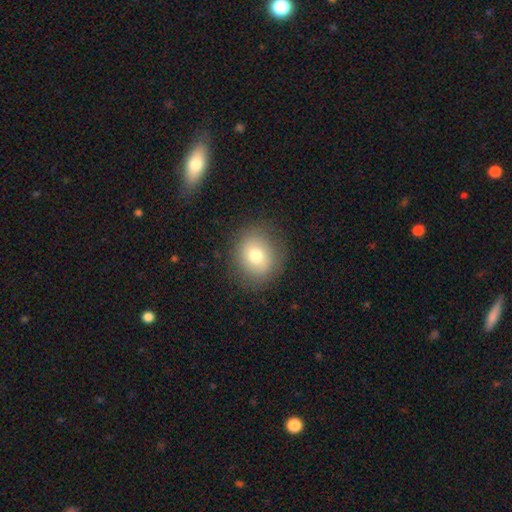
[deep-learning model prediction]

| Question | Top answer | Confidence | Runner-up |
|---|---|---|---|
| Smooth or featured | smooth | 73% | featured or disk (16%) |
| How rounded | round | 76% | in between (23%) |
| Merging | none | 84% | minor disturbance (11%) |